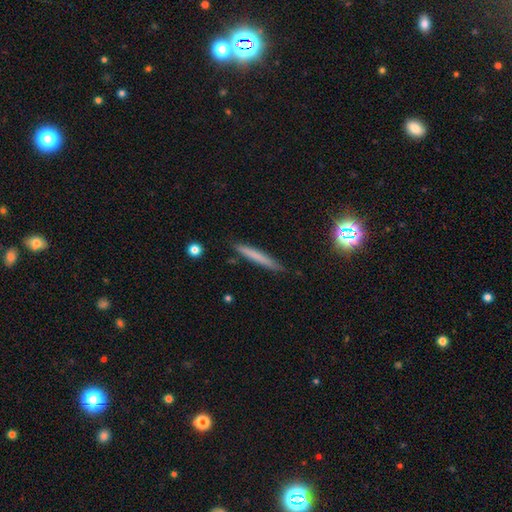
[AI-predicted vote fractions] smooth-or-featured: smooth: 66% | featured or disk: 26% | star or artifact: 8%
  how-rounded: cigar-shaped: 96% | in between: 3% | round: 1%
  merging: none: 87% | minor disturbance: 10% | major disturbance: 2% | merger: 2%